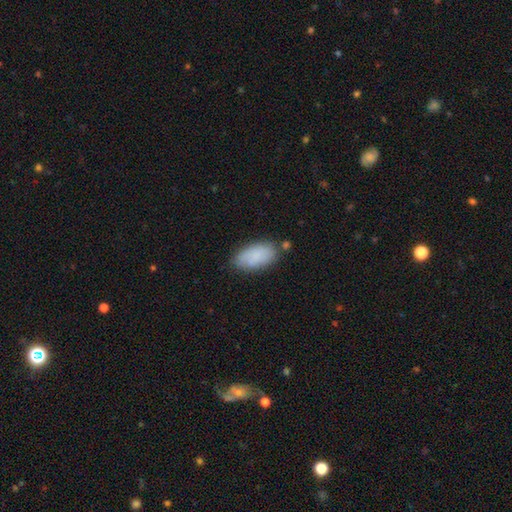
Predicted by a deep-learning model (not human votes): This appears to be a smooth galaxy with no disk features (83%) that is in between round and cigar-shaped (93%). Merging: none (72%).